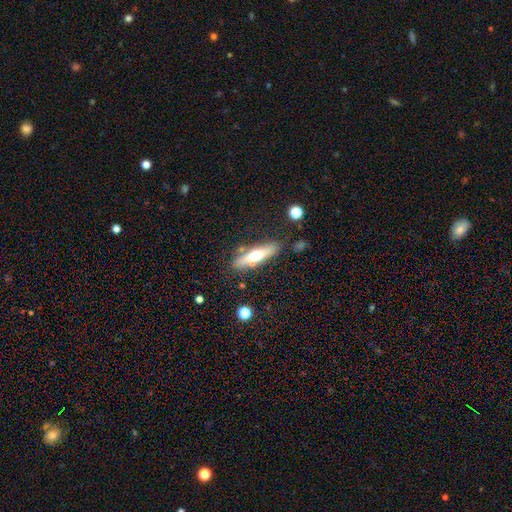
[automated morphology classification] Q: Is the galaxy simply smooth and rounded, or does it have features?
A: featured or disk — 47%.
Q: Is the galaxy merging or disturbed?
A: none — 78%.